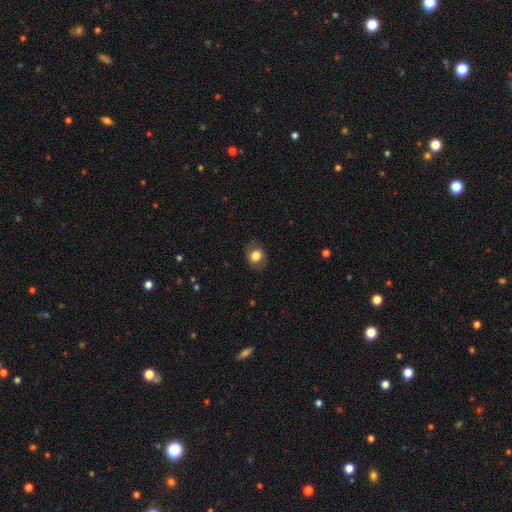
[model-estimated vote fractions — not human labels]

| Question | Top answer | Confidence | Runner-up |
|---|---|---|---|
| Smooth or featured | smooth | 77% | featured or disk (14%) |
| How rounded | round | 58% | in between (41%) |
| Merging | none | 78% | minor disturbance (15%) |